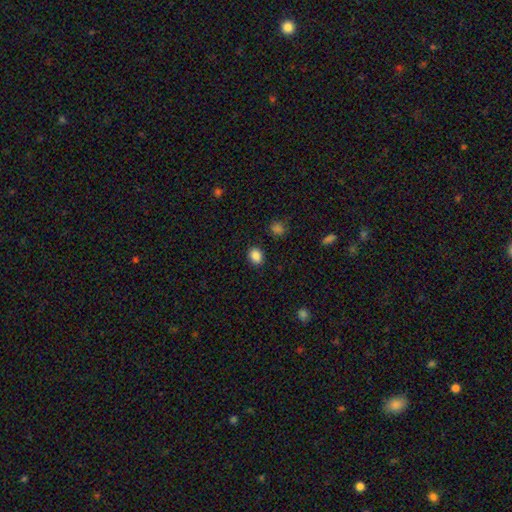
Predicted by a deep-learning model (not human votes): smooth-or-featured: smooth: 87% | star or artifact: 10% | featured or disk: 4%
  how-rounded: in between: 52% | round: 47% | cigar-shaped: 1%
  merging: none: 89% | minor disturbance: 7% | major disturbance: 2% | merger: 2%